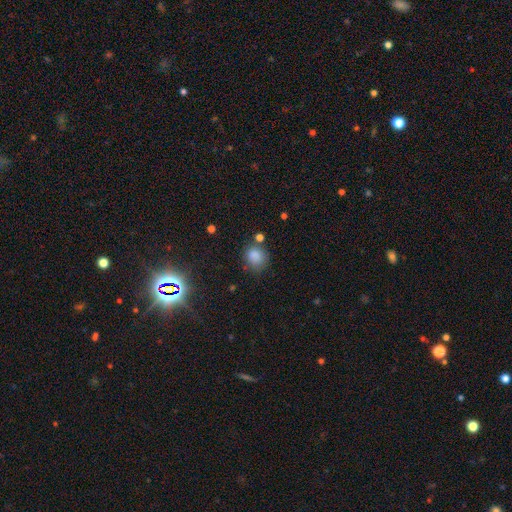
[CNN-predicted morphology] This appears to be a smooth galaxy with no disk features (82%) that is round (70%). Merging: none (71%).